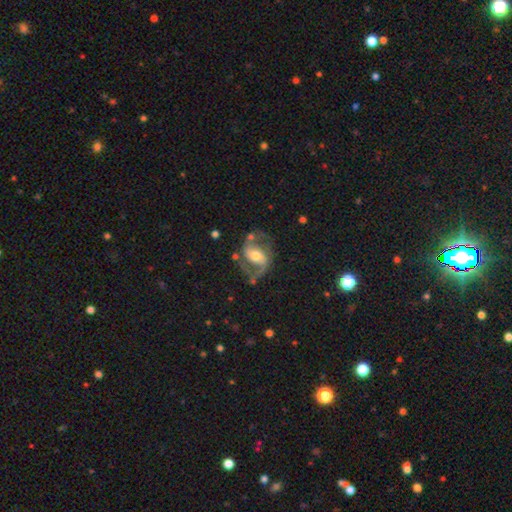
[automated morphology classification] featured or disk 85%, smooth 9%, star or artifact 5%. Down the decision tree: edge-on disk — no (97%); bar — weak (40%); spiral arms — yes (94%); spiral arm count — 2 (90%); spiral winding — medium (56%); bulge size — moderate (61%); merging — none (67%).